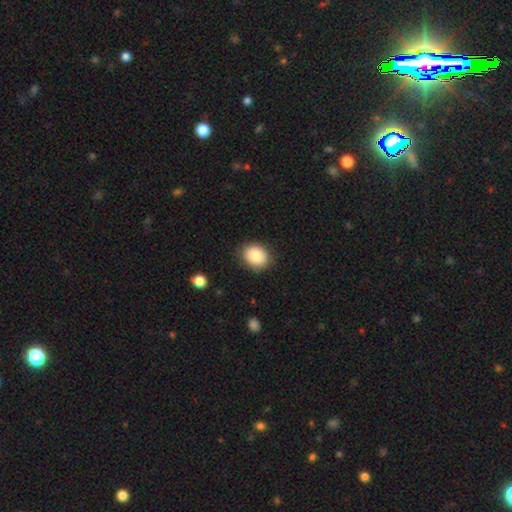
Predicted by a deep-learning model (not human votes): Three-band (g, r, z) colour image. It shows a smooth galaxy with no disk features (86%) that is round (51%). Merging: none (84%).